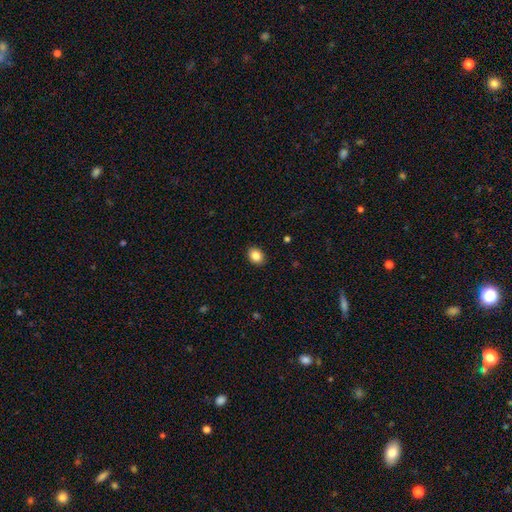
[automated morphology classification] This is clearly a smooth galaxy (86%). How rounded: possibly in between (60%). Merging: clearly none (90%).